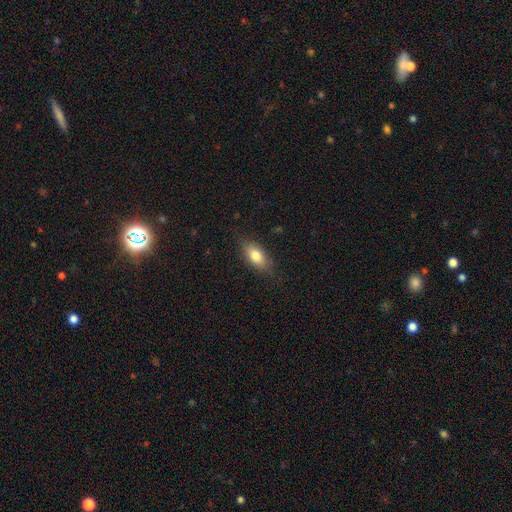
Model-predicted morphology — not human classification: The model was most divided on "smooth or featured": smooth: 79%, featured or disk: 14%, star or artifact: 7%. More confident: how rounded — in between (85%); merging — none (82%).